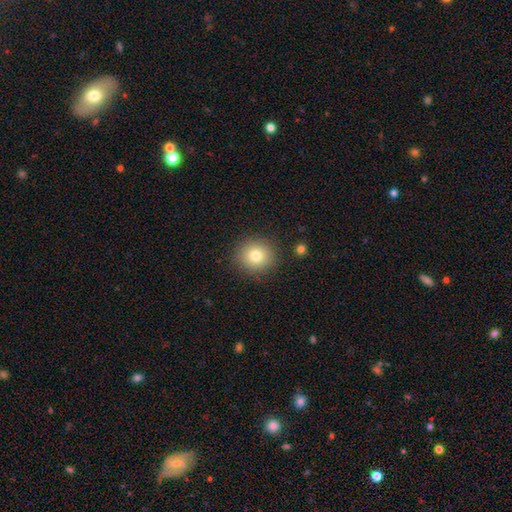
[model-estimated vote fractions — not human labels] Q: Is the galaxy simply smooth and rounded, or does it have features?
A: smooth — 79%.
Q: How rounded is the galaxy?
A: round — 90%.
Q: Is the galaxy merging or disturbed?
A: none — 89%.